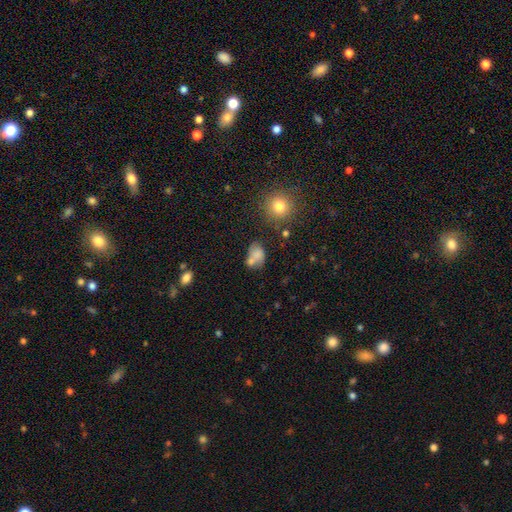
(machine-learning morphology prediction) Smooth or featured? Predicted: smooth (p=0.71). How rounded? Predicted: in between (p=0.73). Merging? Predicted: none (p=0.36).